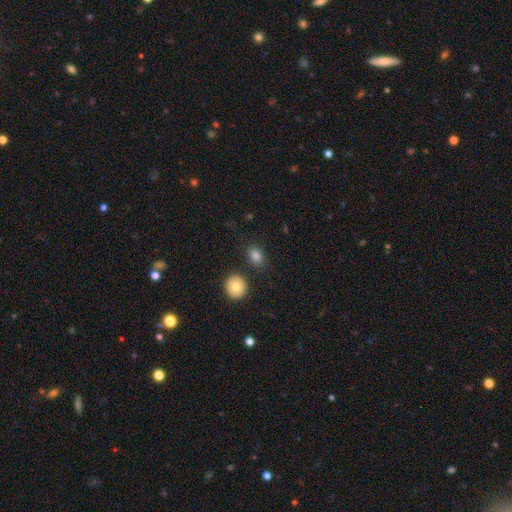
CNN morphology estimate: smooth-or-featured: smooth: 83% | star or artifact: 10% | featured or disk: 7%
  how-rounded: in between: 64% | round: 34% | cigar-shaped: 2%
  merging: none: 81% | minor disturbance: 10% | merger: 6% | major disturbance: 3%